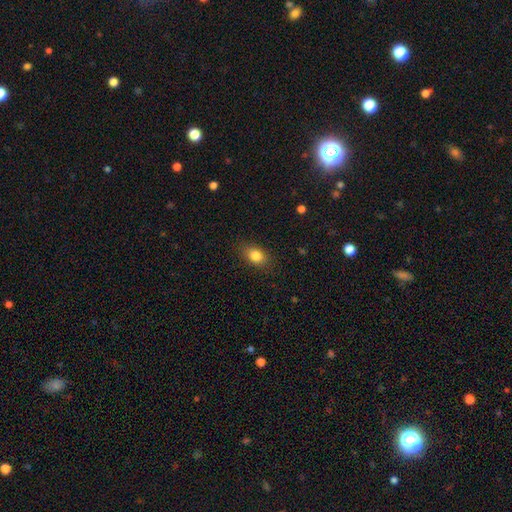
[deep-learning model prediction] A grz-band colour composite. It shows a smooth galaxy with no disk features (83%) that is in between round and cigar-shaped (76%). Merging: none (83%).